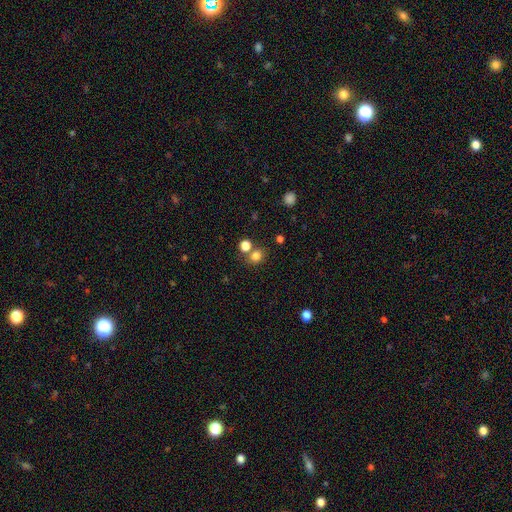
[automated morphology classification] Q: Smooth or featured?
A: smooth (79%); runner-up: star or artifact (15%)
Q: How rounded?
A: round (66%); runner-up: in between (33%)
Q: Merging?
A: none (63%); runner-up: merger (24%)